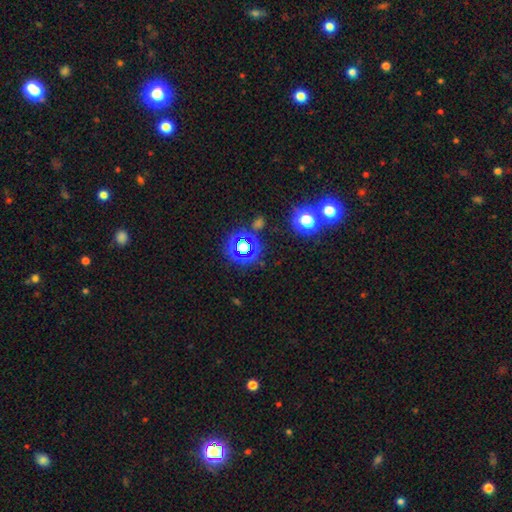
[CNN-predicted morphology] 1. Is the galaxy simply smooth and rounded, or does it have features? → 69% star or artifact, 24% smooth, 7% featured or disk.